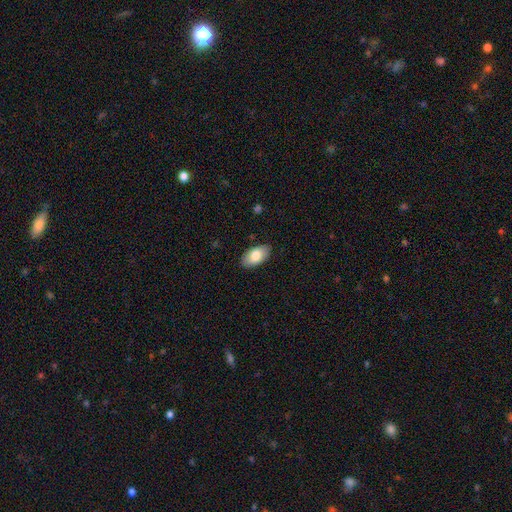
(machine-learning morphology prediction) type=smooth (79%); roundness=in between (95%); merging=none (86%).